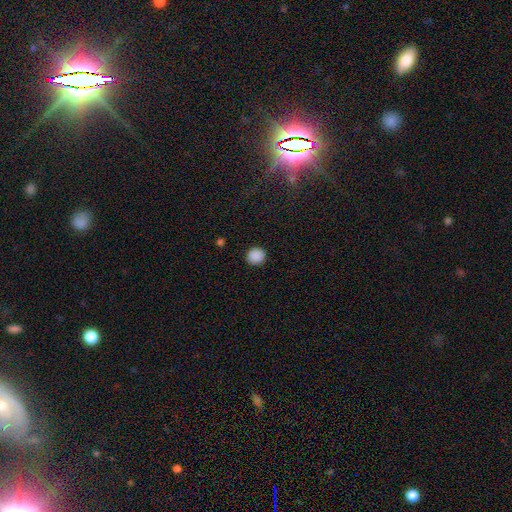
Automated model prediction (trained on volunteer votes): This appears to be a smooth galaxy with no disk features (89%) that is round (90%). Merging: none (92%).